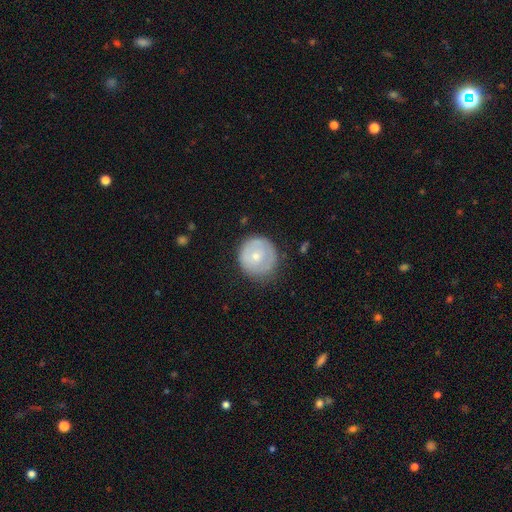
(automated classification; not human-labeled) A smooth galaxy with no disk features (58%) that is round (92%). Merging: none (73%).